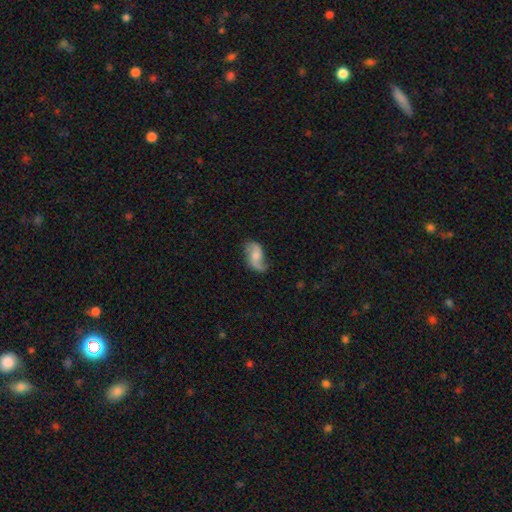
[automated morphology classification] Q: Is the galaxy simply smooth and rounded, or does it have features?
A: featured or disk — 64%.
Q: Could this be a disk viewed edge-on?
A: no — 96%.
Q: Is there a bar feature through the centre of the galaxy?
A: no — 56%.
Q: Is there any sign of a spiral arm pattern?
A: yes — 92%.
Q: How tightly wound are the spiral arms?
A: loose — 70%.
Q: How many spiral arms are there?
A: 2 — 87%.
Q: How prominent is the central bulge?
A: moderate — 46%.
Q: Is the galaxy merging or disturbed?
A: none — 66%.